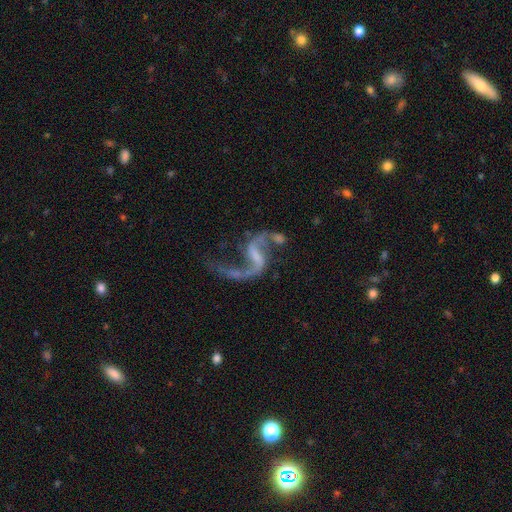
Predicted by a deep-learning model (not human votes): Smooth or featured: featured or disk — 90% (star or artifact — 6%)
Edge-on disk: no — 98% (yes — 2%)
Bar: weak — 46% (strong — 35%)
Spiral arms: yes — 96% (no — 4%)
Spiral winding: loose — 86% (medium — 11%)
Spiral arm count: 2 — 91% (1 — 5%)
Bulge size: none — 46% (small — 36%)
Merging: none — 54% (major disturbance — 20%)